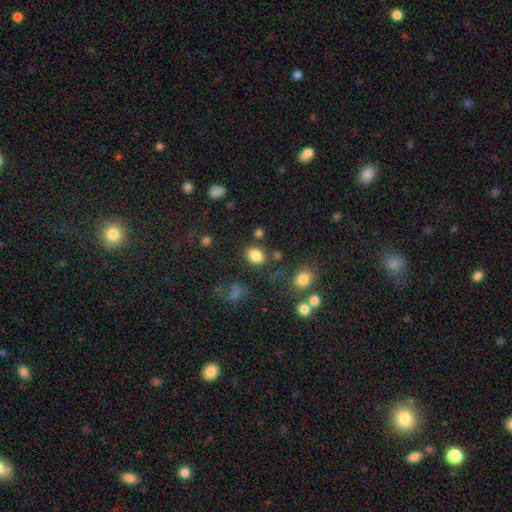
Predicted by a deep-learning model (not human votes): This is clearly a smooth galaxy (84%). How rounded: likely in between (73%). Merging: likely none (78%).